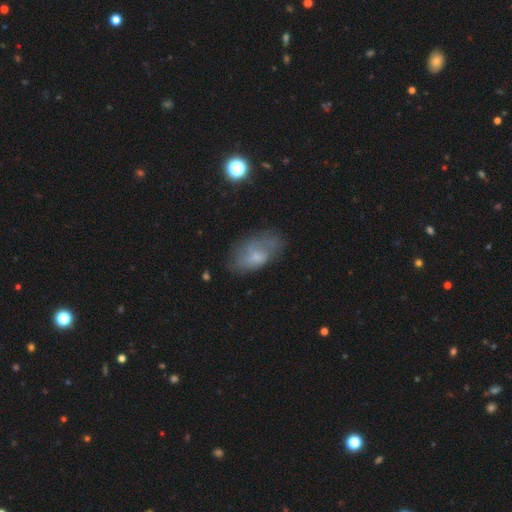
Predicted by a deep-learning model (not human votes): Smooth or featured: smooth — 48% (featured or disk — 43%)
Merging: none — 56% (minor disturbance — 26%)